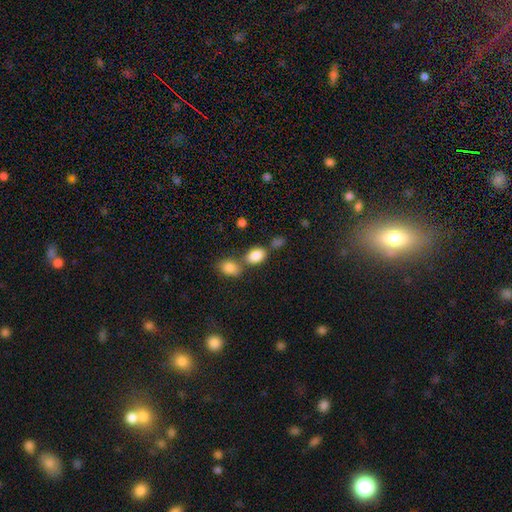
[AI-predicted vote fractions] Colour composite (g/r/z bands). It shows a smooth galaxy with no disk features (85%) that is in between round and cigar-shaped (83%). Merging: none (51%).